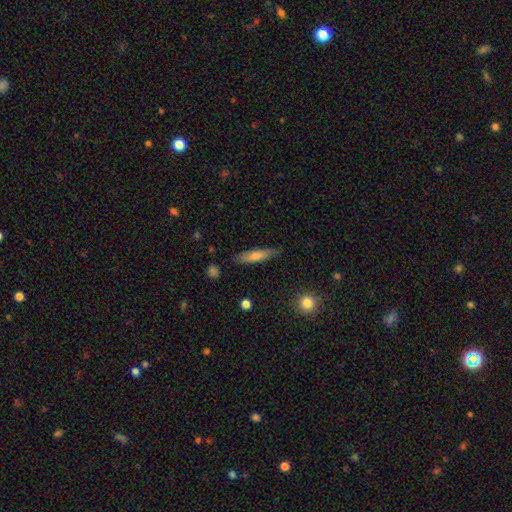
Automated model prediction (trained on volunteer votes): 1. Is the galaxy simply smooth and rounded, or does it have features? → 71% smooth, 23% featured or disk, 6% star or artifact.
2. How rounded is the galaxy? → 76% cigar-shaped, 22% in between, 2% round.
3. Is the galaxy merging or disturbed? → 81% none, 15% minor disturbance, 3% major disturbance, 2% merger.